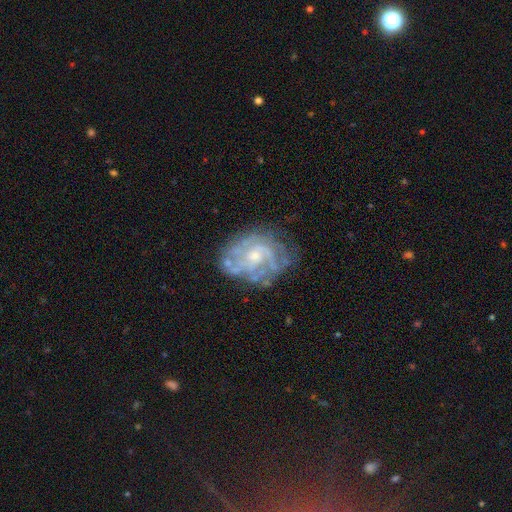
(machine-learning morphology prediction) Smooth or featured?
  - featured or disk: 70% *
  - smooth: 17%
  - star or artifact: 14%
Edge-on disk?
  - no: 97% *
  - yes: 3%
Bar?
  - no: 66% *
  - weak: 28%
  - strong: 6%
Spiral arms?
  - yes: 70% *
  - no: 30%
Bulge size?
  - small: 50% *
  - moderate: 40%
  - none: 6%
  - large: 2%
  - dominant: 1%
Merging?
  - none: 66% *
  - minor disturbance: 20%
  - major disturbance: 11%
  - merger: 3%